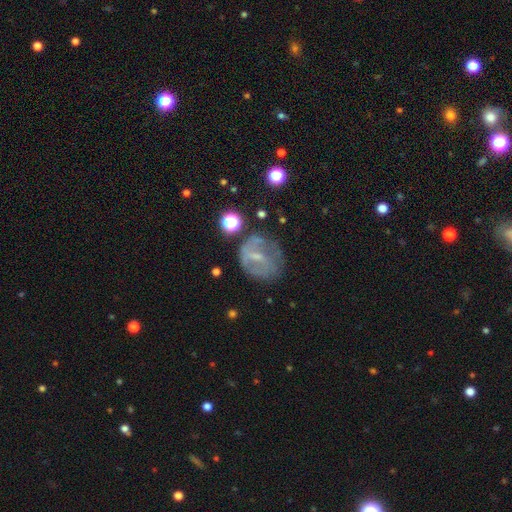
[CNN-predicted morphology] This appears to be a featured or disk galaxy (55%) with a weak bar (44%), no spiral arms (57%) and a small central bulge (55%). Merging: none (52%).